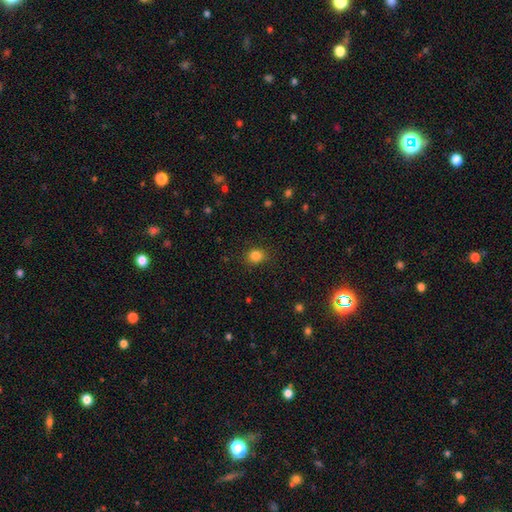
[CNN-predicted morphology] type=smooth (83%); roundness=round (72%); merging=none (87%).